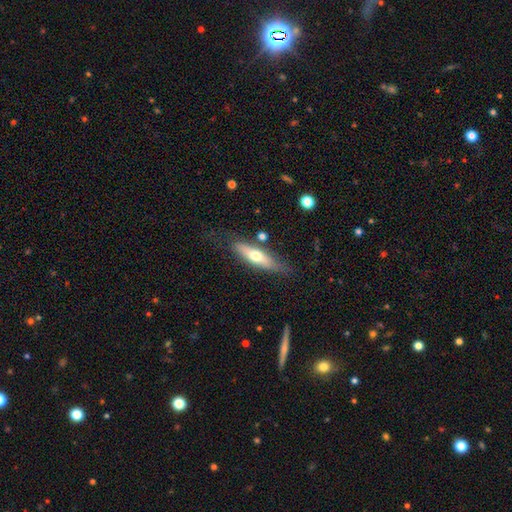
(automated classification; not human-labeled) Overall: smooth (49%; featured or disk 45%). Merging: none (74%).